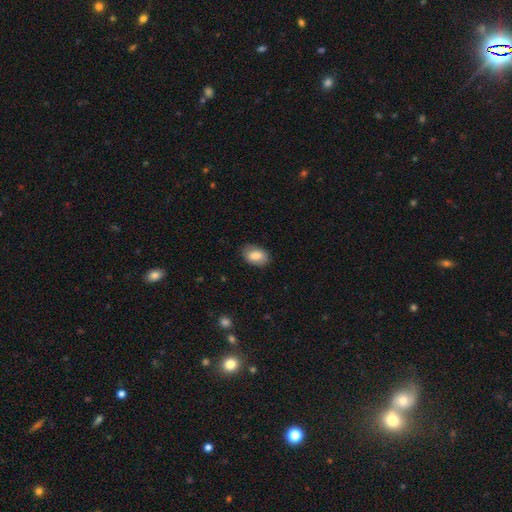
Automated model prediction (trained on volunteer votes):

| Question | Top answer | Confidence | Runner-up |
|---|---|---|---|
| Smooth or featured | smooth | 83% | featured or disk (10%) |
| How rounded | in between | 87% | round (12%) |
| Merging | none | 84% | minor disturbance (13%) |